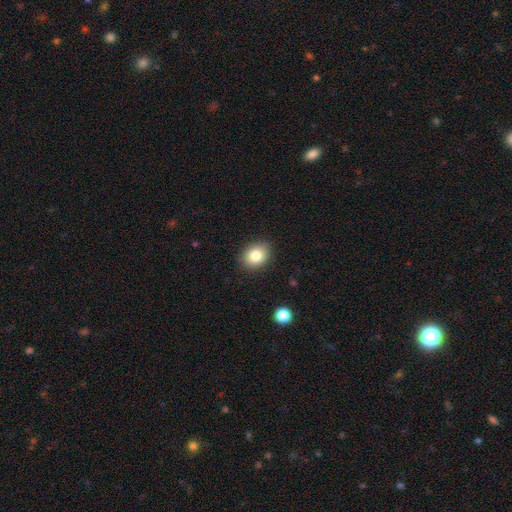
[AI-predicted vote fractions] Morphology: type=smooth (82%); roundness=in between (50%); merging=none (87%).